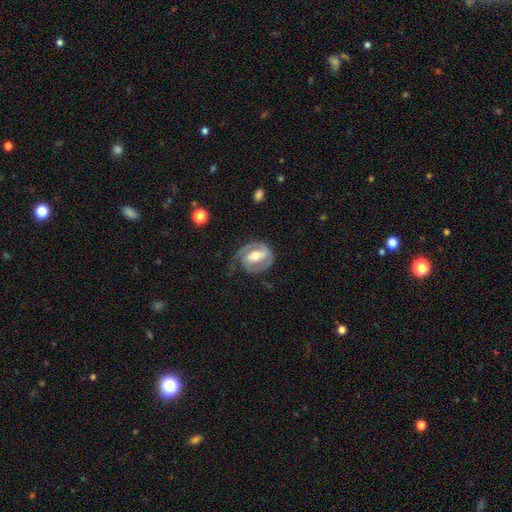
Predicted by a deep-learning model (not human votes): Smooth or featured? featured or disk (86%)
Edge-on disk? no (97%)
Bar? strong (48%)
Spiral arms? yes (94%)
Spiral winding? tight (51%)
Spiral arm count? 2 (67%)
Bulge size? moderate (66%)
Merging? none (58%)